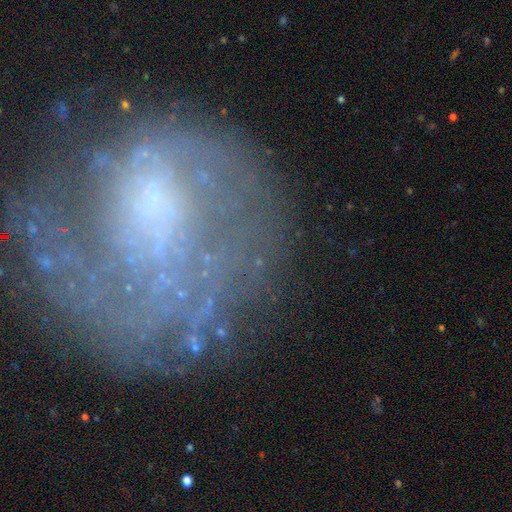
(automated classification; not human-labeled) This is likely a featured or disk galaxy (63%). It is clearly not viewed edge-on (97%). Bar: likely no (74%). Spiral arm pattern: possibly yes (55%). Central bulge: marginally none (37%). Merging: possibly none (49%).